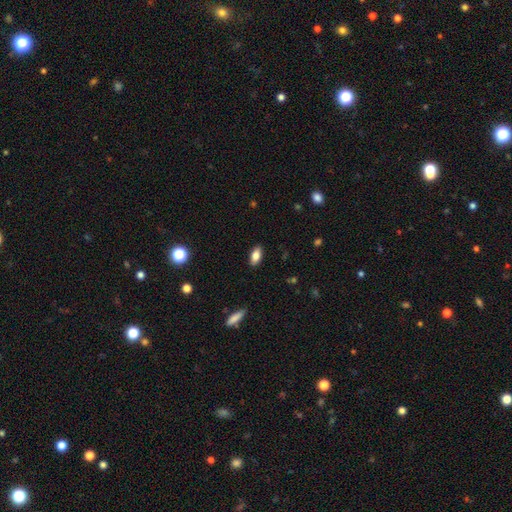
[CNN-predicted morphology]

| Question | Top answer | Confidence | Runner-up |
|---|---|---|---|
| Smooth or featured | smooth | 81% | featured or disk (11%) |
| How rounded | in between | 88% | cigar-shaped (9%) |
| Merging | none | 89% | minor disturbance (8%) |